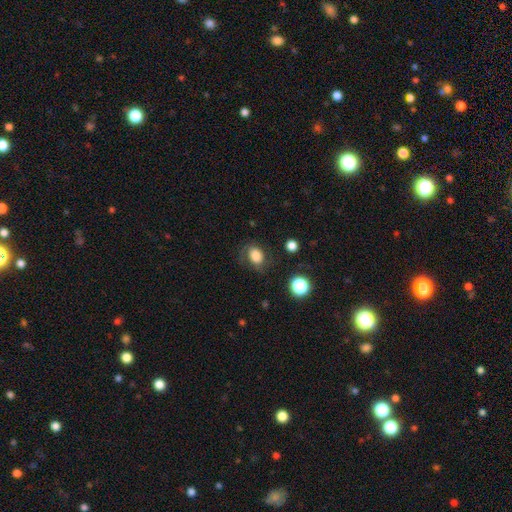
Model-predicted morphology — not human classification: Overall: smooth (73%). How rounded: in between (59%; round 40%). Merging: none (63%).